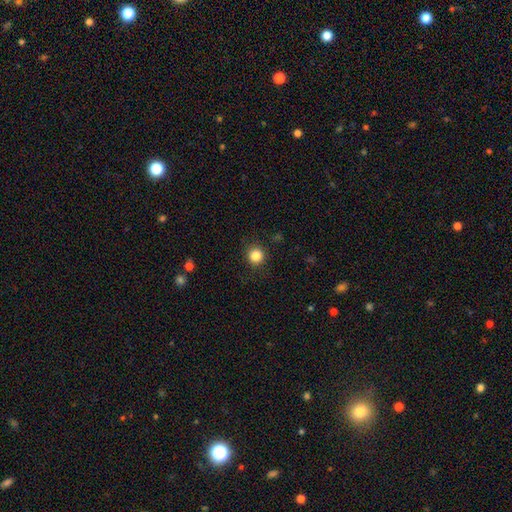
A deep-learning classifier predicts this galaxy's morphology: The model was most divided on "smooth or featured": smooth: 85%, star or artifact: 11%, featured or disk: 4%. More confident: how rounded — round (93%); merging — none (89%).